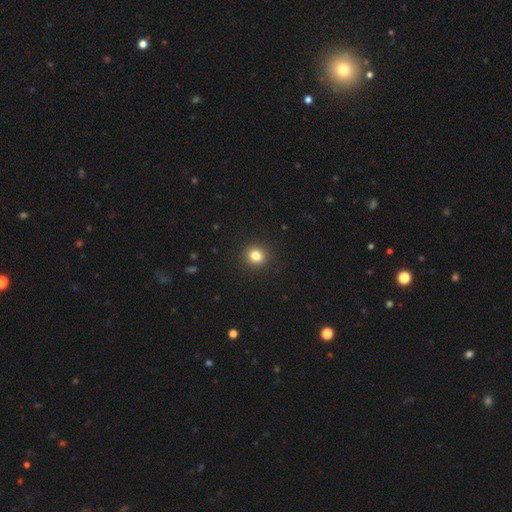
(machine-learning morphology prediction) smooth-or-featured: smooth: 82% | star or artifact: 12% | featured or disk: 6%
  how-rounded: round: 88% | in between: 12% | cigar-shaped: 1%
  merging: none: 92% | minor disturbance: 5% | major disturbance: 2% | merger: 1%